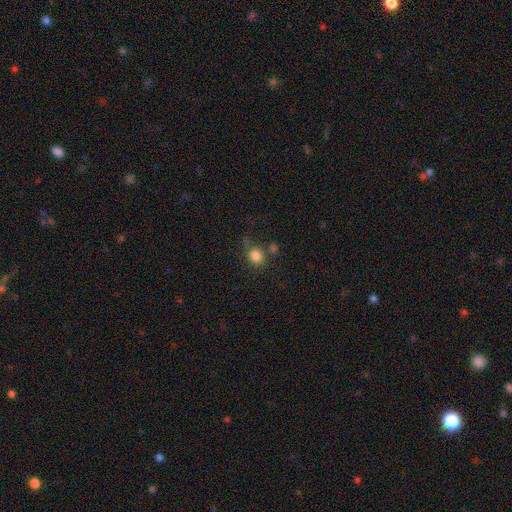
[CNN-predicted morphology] Overall: smooth (82%). How rounded: round (77%). Merging: none (64%).